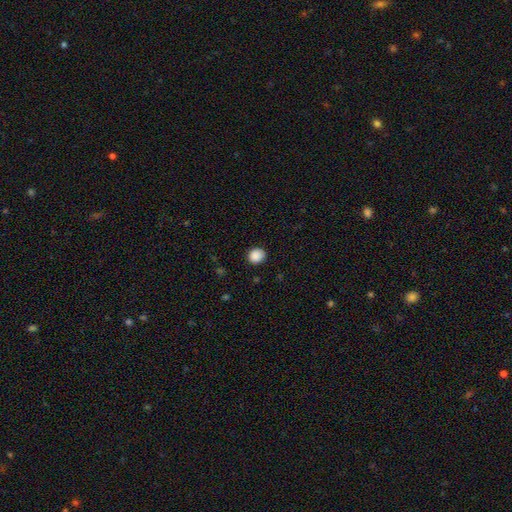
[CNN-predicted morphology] Smooth or featured?
  - smooth: 88% *
  - star or artifact: 9%
  - featured or disk: 3%
How rounded?
  - round: 82% *
  - in between: 17%
  - cigar-shaped: 1%
Merging?
  - none: 88% *
  - minor disturbance: 8%
  - major disturbance: 2%
  - merger: 1%